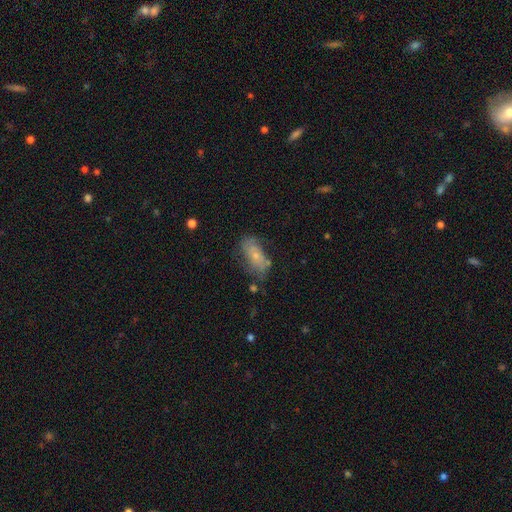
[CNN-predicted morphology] smooth-or-featured: smooth: 55% | featured or disk: 37% | star or artifact: 9%
  how-rounded: in between: 85% | cigar-shaped: 11% | round: 4%
  merging: none: 57% | minor disturbance: 27% | major disturbance: 11% | merger: 5%